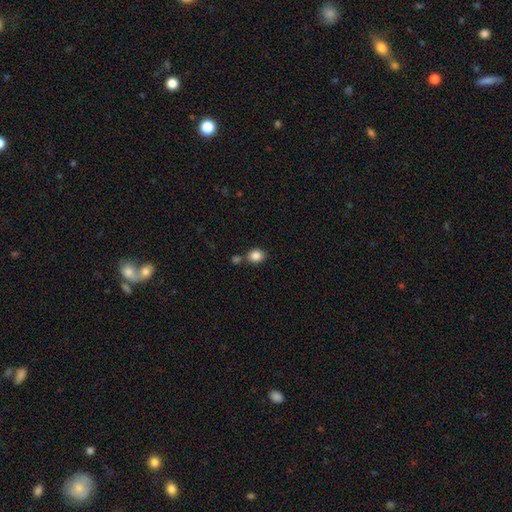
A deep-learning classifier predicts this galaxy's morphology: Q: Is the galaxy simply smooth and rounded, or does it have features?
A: smooth — 86%.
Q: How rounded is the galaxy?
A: round — 70%.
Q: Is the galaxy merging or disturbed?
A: none — 64%.